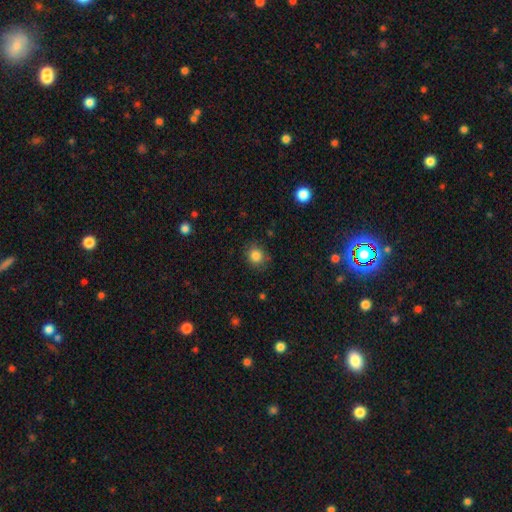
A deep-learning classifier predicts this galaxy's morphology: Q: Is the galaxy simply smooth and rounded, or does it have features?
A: smooth — 84%.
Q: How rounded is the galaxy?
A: round — 82%.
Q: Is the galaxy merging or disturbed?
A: none — 82%.